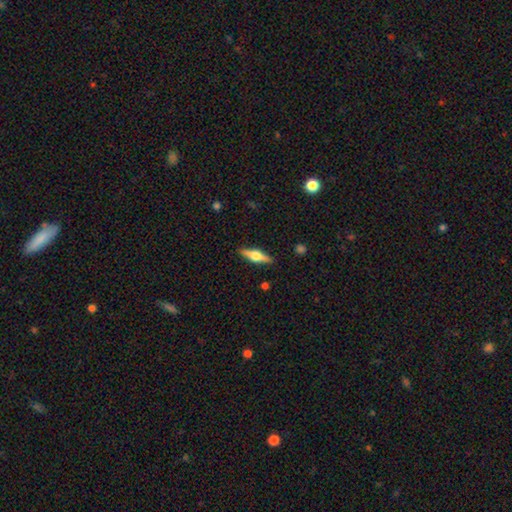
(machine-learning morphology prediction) smooth_or_featured: featured or disk (p=0.63) [alt: smooth p=0.32]
disk_edge_on: yes (p=0.96) [alt: no p=0.04]
edge_on_bulge: rounded (p=0.94) [alt: boxy p=0.04]
merging: none (p=0.90) [alt: minor disturbance p=0.07]